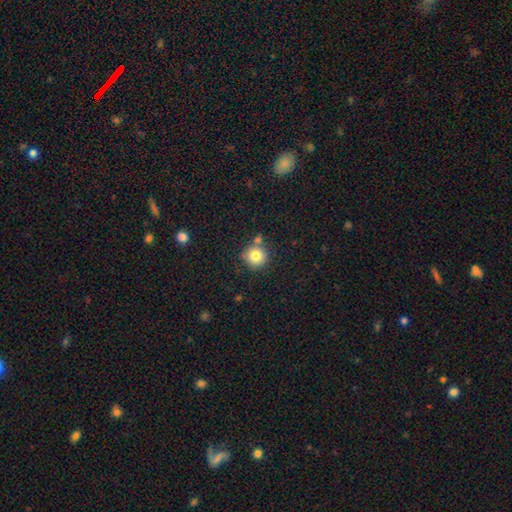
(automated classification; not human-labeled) Morphology: type=smooth (79%); roundness=round (94%); merging=none (73%).